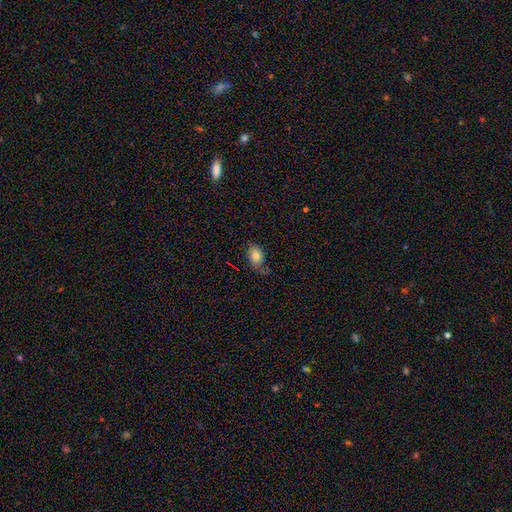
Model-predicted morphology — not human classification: Smooth or featured? Predicted: smooth (p=0.76). How rounded? Predicted: in between (p=0.80). Merging? Predicted: none (p=0.45).